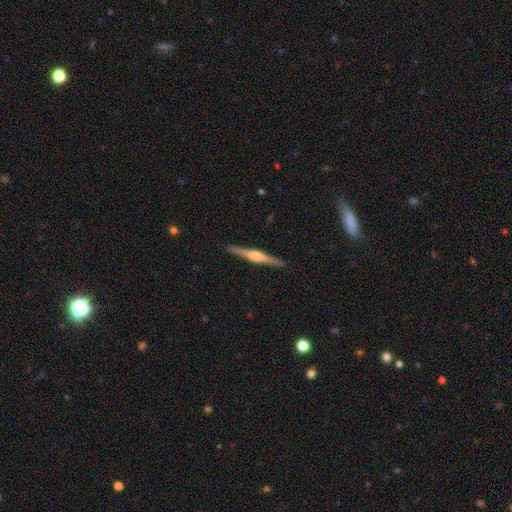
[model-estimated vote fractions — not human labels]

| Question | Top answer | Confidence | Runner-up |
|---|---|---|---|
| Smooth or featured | featured or disk | 76% | smooth (19%) |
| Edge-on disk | yes | 98% | no (2%) |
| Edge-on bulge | rounded | 85% | boxy (10%) |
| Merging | none | 92% | minor disturbance (6%) |